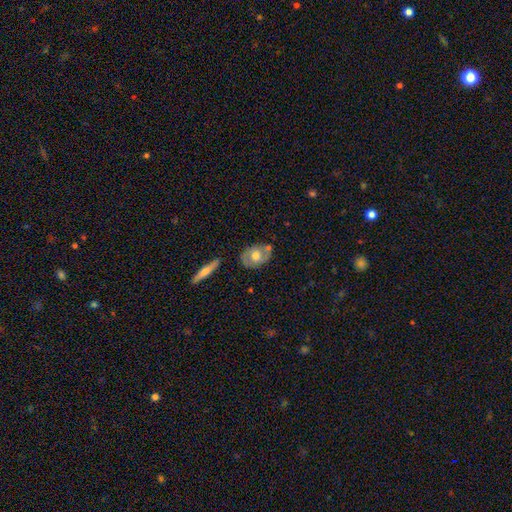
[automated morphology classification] Q: Smooth or featured?
A: smooth (54%); runner-up: featured or disk (40%)
Q: How rounded?
A: in between (72%); runner-up: round (26%)
Q: Merging?
A: none (69%); runner-up: minor disturbance (18%)